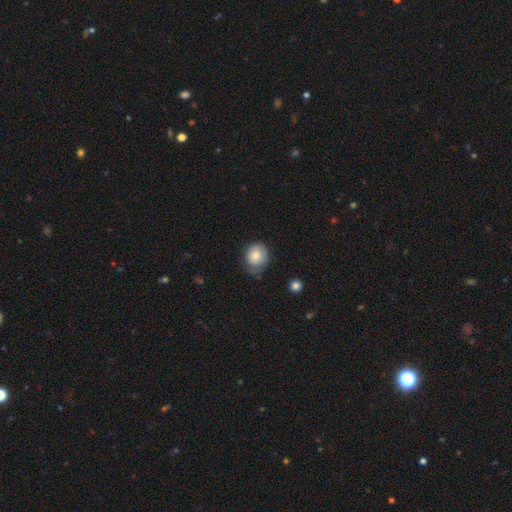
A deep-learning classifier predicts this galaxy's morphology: Smooth or featured?
  - smooth: 76% *
  - featured or disk: 16%
  - star or artifact: 8%
How rounded?
  - round: 71% *
  - in between: 28%
  - cigar-shaped: 1%
Merging?
  - none: 56% *
  - minor disturbance: 32%
  - major disturbance: 11%
  - merger: 2%